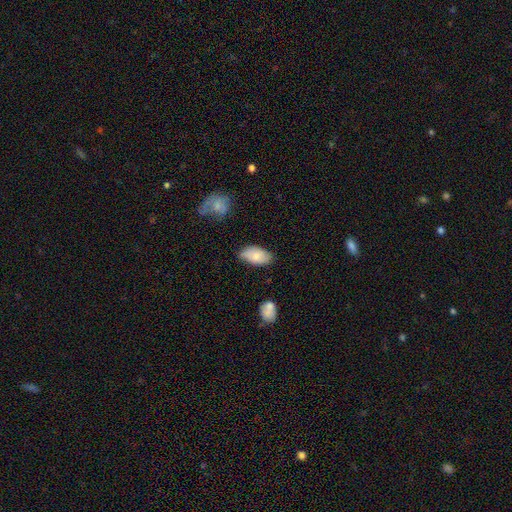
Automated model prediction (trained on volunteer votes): Smooth or featured? smooth (77%)
How rounded? in between (94%)
Merging? none (68%)